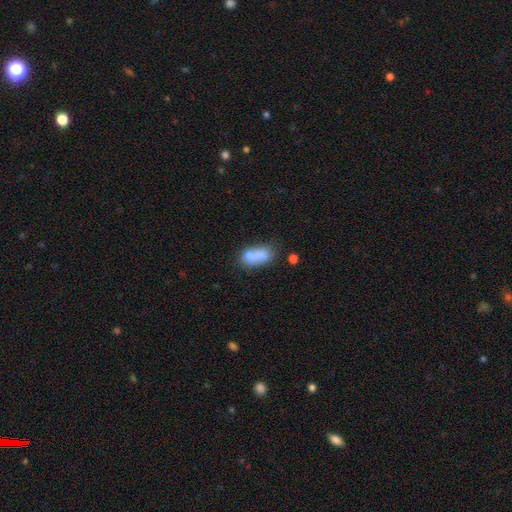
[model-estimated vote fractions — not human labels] smooth 76%, featured or disk 15%, star or artifact 9%. Down the decision tree: how rounded — in between (86%); merging — none (43%).